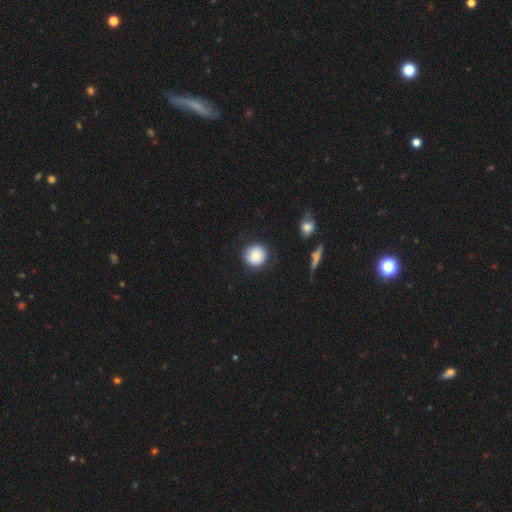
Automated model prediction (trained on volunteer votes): smooth 86%, star or artifact 8%, featured or disk 6%. Down the decision tree: how rounded — round (90%); merging — none (82%).